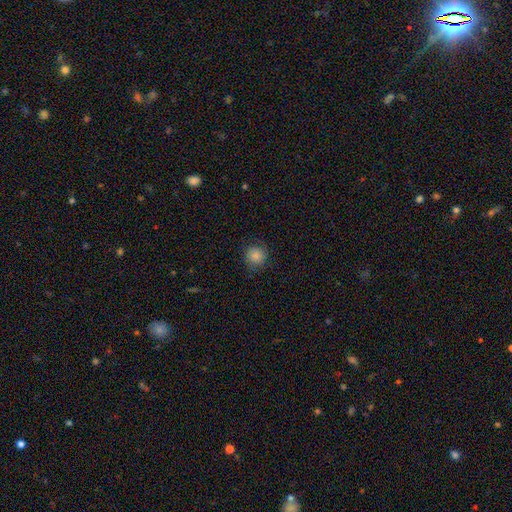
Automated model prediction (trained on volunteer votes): smooth 83%, star or artifact 9%, featured or disk 7%. Down the decision tree: how rounded — round (91%); merging — none (82%).